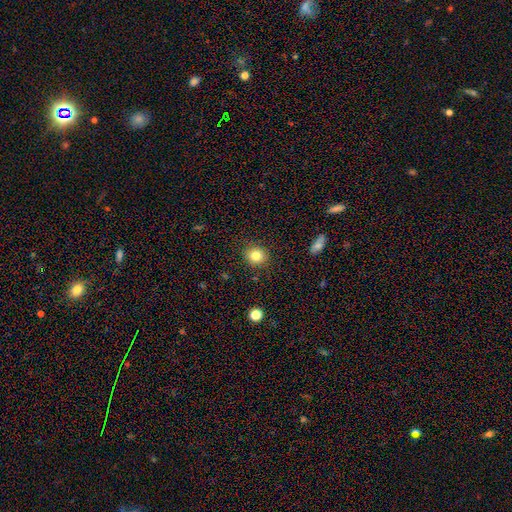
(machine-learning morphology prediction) Q: Smooth or featured?
A: smooth (83%); runner-up: star or artifact (10%)
Q: How rounded?
A: round (82%); runner-up: in between (17%)
Q: Merging?
A: none (89%); runner-up: minor disturbance (8%)